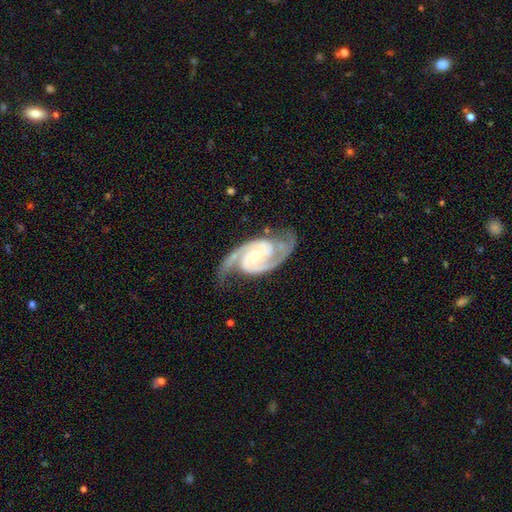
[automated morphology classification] Smooth or featured?
  - featured or disk: 94% *
  - star or artifact: 4%
  - smooth: 3%
Edge-on disk?
  - no: 98% *
  - yes: 2%
Bar?
  - weak: 44% *
  - strong: 28%
  - no: 27%
Spiral arms?
  - yes: 99% *
  - no: 1%
Spiral winding?
  - medium: 57% *
  - tight: 34%
  - loose: 9%
Spiral arm count?
  - 2: 94% *
  - 3: 2%
  - can't tell: 1%
  - 1: 1%
  - 4: 1%
  - more than 4: 1%
Bulge size?
  - small: 59% *
  - moderate: 33%
  - none: 4%
  - large: 2%
  - dominant: 1%
Merging?
  - none: 78% *
  - minor disturbance: 15%
  - major disturbance: 5%
  - merger: 2%